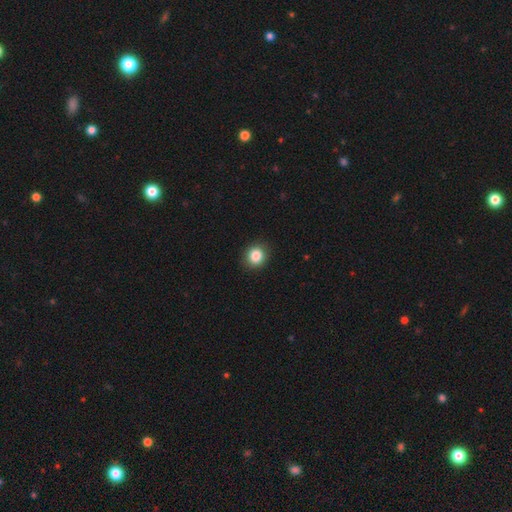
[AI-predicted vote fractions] A smooth galaxy with no disk features (85%) that is round (80%).

Vote fractions:
- Smooth or featured? smooth: 85% / star or artifact: 10% / featured or disk: 5%
- How rounded? round: 80% / in between: 19% / cigar-shaped: 1%
- Merging? none: 90% / minor disturbance: 7% / major disturbance: 2% / merger: 1%